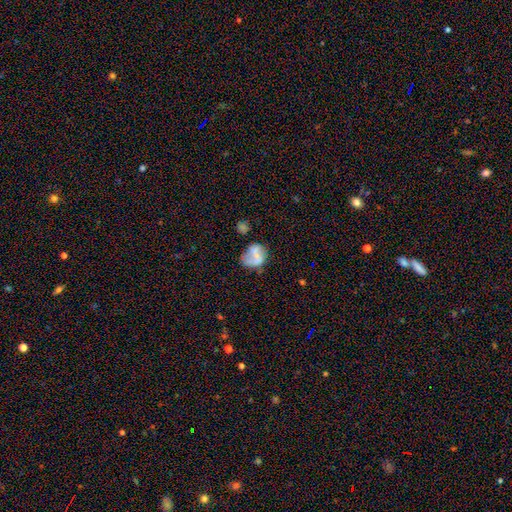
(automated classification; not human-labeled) Overall: smooth (49%; featured or disk 41%). Merging: none (37%; minor disturbance 25%).